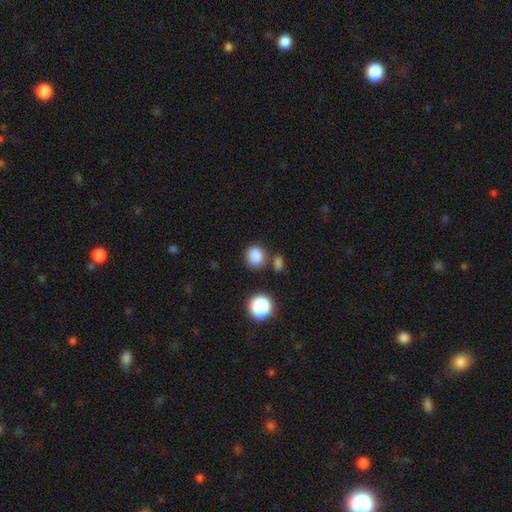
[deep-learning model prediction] This appears to be a smooth galaxy with no disk features (84%) that is round (80%). Merging: none (74%).